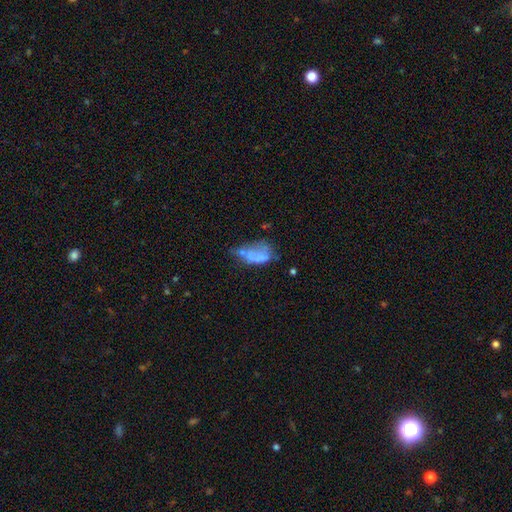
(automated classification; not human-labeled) Morphology: type=smooth (48%); merging=major disturbance (30%).